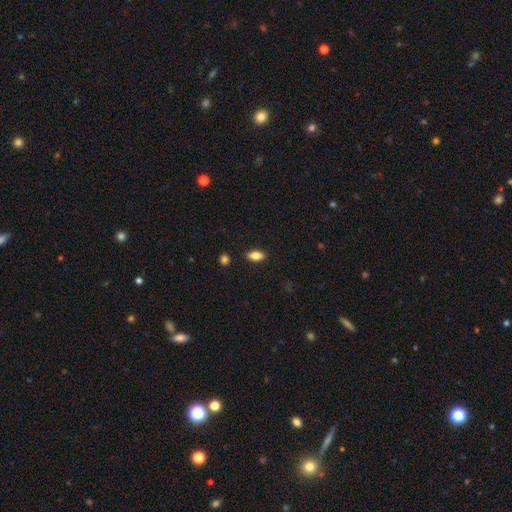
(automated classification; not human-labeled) A smooth galaxy with no disk features (80%) that is in between round and cigar-shaped (88%).

Vote fractions:
- Smooth or featured? smooth: 80% / featured or disk: 12% / star or artifact: 8%
- How rounded? in between: 88% / cigar-shaped: 8% / round: 4%
- Merging? none: 88% / minor disturbance: 9% / major disturbance: 2% / merger: 2%